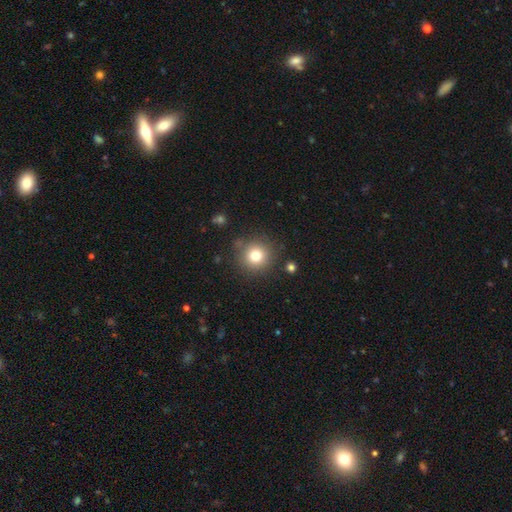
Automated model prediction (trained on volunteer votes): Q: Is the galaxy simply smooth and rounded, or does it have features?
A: smooth — 78%.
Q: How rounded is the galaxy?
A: round — 94%.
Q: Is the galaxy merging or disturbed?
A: none — 86%.